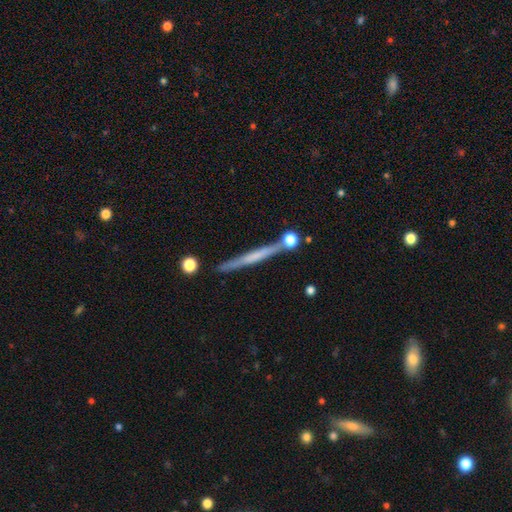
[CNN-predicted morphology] A featured or disk galaxy (52%) viewed edge-on (96%) with no central bulge (76%). Merging: none (82%).